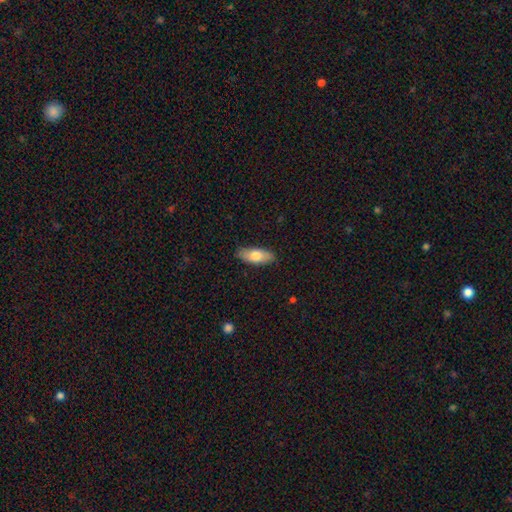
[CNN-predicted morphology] A smooth galaxy with no disk features (73%) that is in between round and cigar-shaped (77%).

Vote fractions:
- Smooth or featured? smooth: 73% / featured or disk: 21% / star or artifact: 6%
- How rounded? in between: 77% / cigar-shaped: 21% / round: 3%
- Merging? none: 87% / minor disturbance: 10% / major disturbance: 2% / merger: 1%